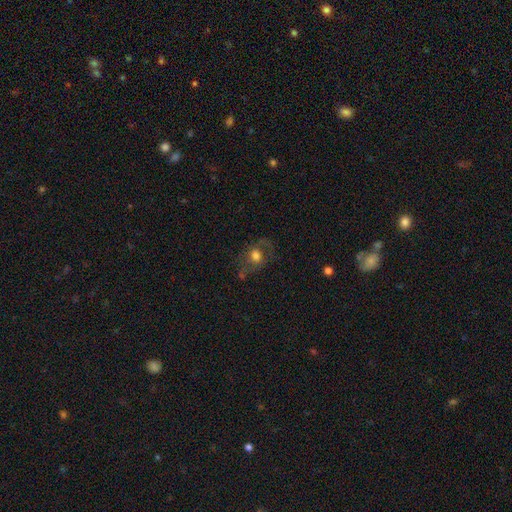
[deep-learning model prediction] This is possibly a smooth galaxy (49%). Merging: possibly none (55%).